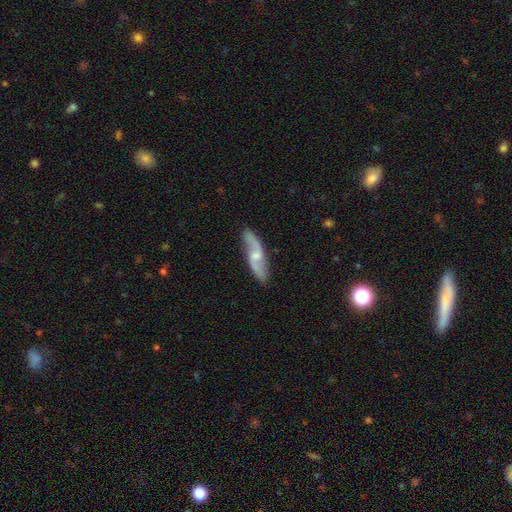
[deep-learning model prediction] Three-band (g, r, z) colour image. It shows a featured or disk galaxy (76%) with a weak bar (48%), 2 (91%) loose (68%) spiral arms (94%) and a small central bulge (46%). Merging: none (83%).